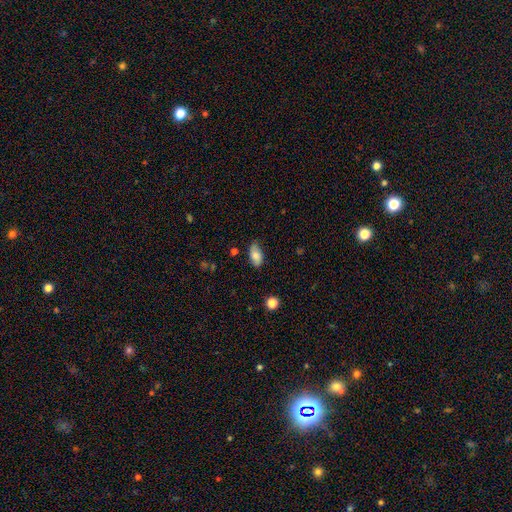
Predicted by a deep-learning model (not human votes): Morphology: type=smooth (79%); roundness=in between (92%); merging=none (75%).